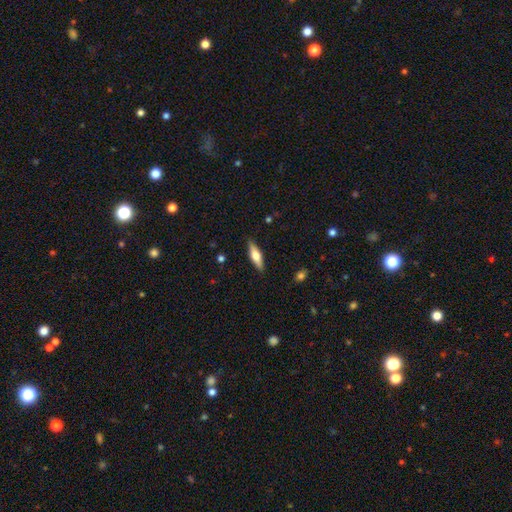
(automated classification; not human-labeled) A smooth galaxy with no disk features (53%) that is cigar-shaped (57%). Merging: none (88%).